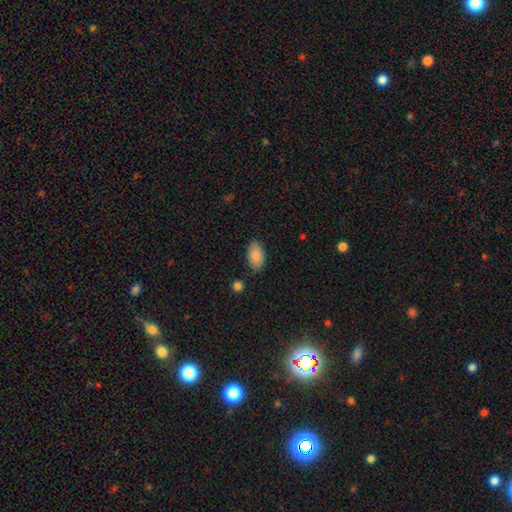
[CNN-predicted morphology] Overall: smooth (87%). How rounded: in between (93%). Merging: none (78%).